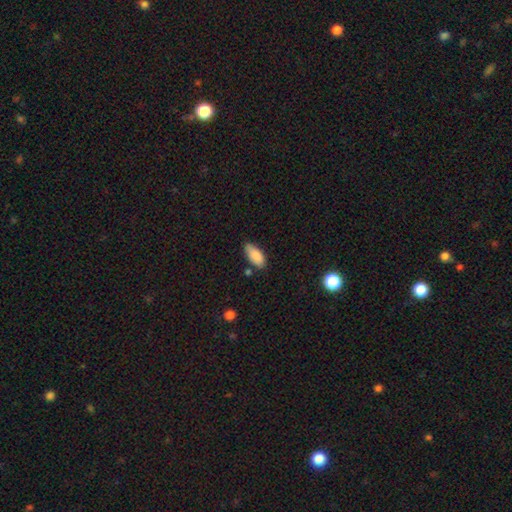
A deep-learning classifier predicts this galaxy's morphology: A smooth galaxy with no disk features (87%) that is in between round and cigar-shaped (88%).

Vote fractions:
- Smooth or featured? smooth: 87% / star or artifact: 7% / featured or disk: 6%
- How rounded? in between: 88% / cigar-shaped: 10% / round: 2%
- Merging? none: 70% / minor disturbance: 23% / merger: 4% / major disturbance: 3%